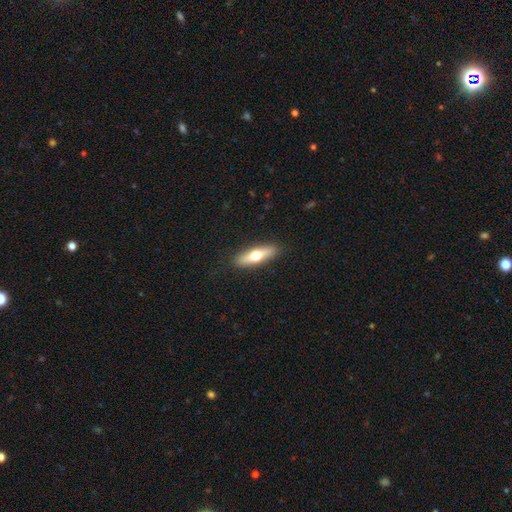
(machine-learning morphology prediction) Smooth or featured? Predicted: smooth (p=0.55). How rounded? Predicted: cigar-shaped (p=0.64). Merging? Predicted: none (p=0.89).